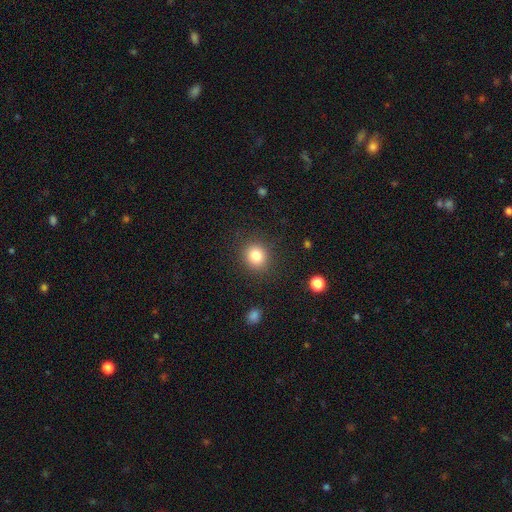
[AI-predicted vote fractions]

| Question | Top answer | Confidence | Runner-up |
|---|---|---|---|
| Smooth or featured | smooth | 82% | star or artifact (11%) |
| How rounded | round | 82% | in between (17%) |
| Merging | none | 88% | minor disturbance (7%) |